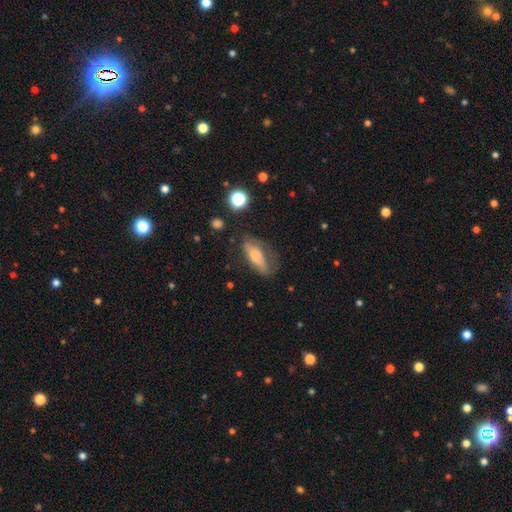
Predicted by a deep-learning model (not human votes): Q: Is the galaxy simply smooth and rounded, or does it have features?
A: smooth — 55%.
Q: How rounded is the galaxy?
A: in between — 62%.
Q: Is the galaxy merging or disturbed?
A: none — 62%.